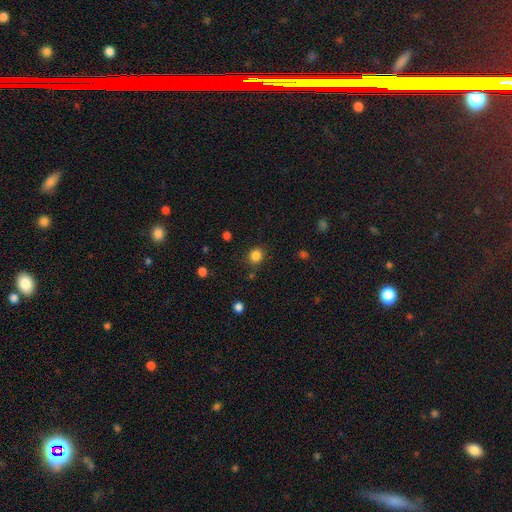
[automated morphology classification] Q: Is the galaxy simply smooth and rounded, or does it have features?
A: smooth — 84%.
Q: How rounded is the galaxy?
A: round — 82%.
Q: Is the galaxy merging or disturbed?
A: none — 83%.